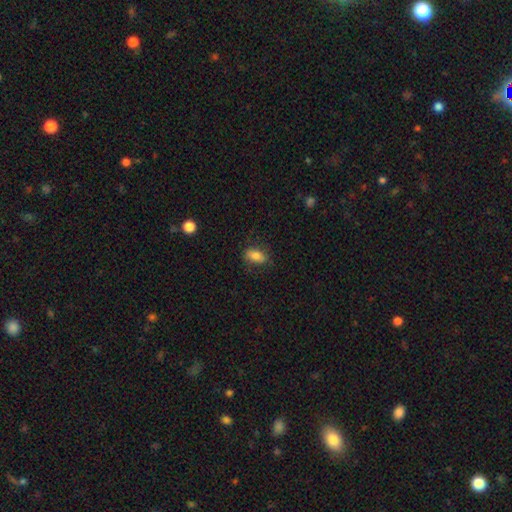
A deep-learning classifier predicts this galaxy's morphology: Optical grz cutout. It shows a smooth galaxy with no disk features (80%) that is in between round and cigar-shaped (86%). Merging: none (77%).